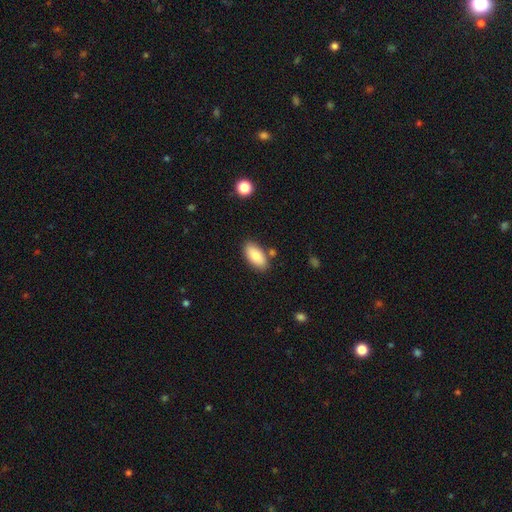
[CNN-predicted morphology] Smooth or featured?
  - smooth: 82% *
  - featured or disk: 12%
  - star or artifact: 7%
How rounded?
  - in between: 92% *
  - cigar-shaped: 6%
  - round: 3%
Merging?
  - none: 81% *
  - minor disturbance: 11%
  - merger: 5%
  - major disturbance: 2%